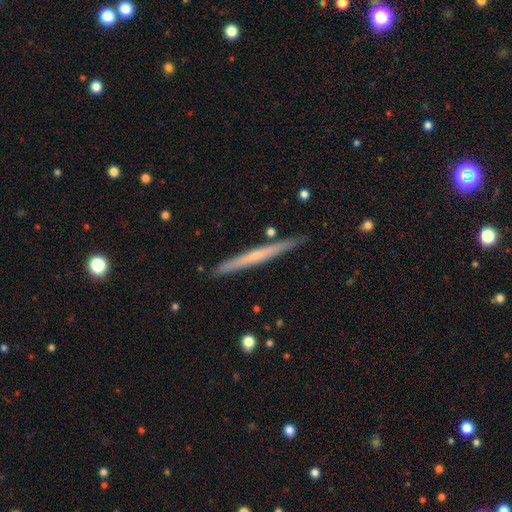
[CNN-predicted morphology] Smooth or featured: featured or disk — 54% (smooth — 41%)
Edge-on disk: yes — 97% (no — 3%)
Edge-on bulge: none — 71% (rounded — 25%)
Merging: none — 90% (minor disturbance — 7%)